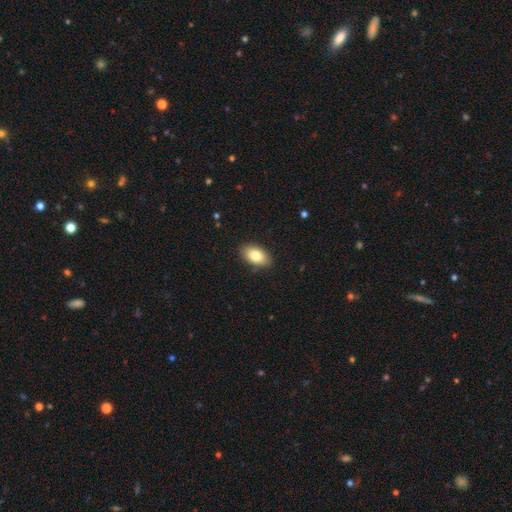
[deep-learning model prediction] Smooth or featured: smooth — 82% (featured or disk — 11%)
How rounded: in between — 92% (round — 6%)
Merging: none — 88% (minor disturbance — 9%)